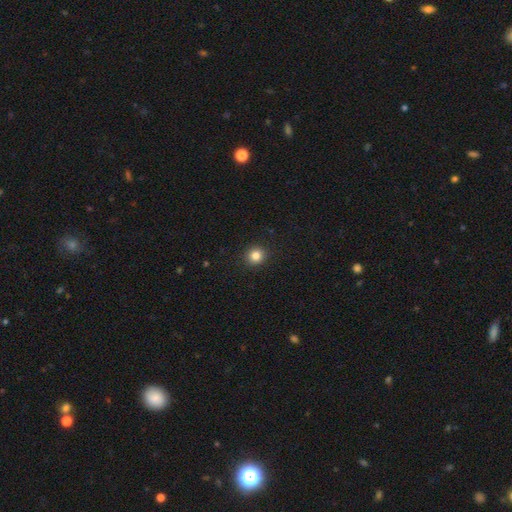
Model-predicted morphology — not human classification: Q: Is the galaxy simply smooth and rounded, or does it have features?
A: smooth — 84%.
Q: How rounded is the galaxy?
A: round — 90%.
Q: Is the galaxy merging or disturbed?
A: none — 92%.